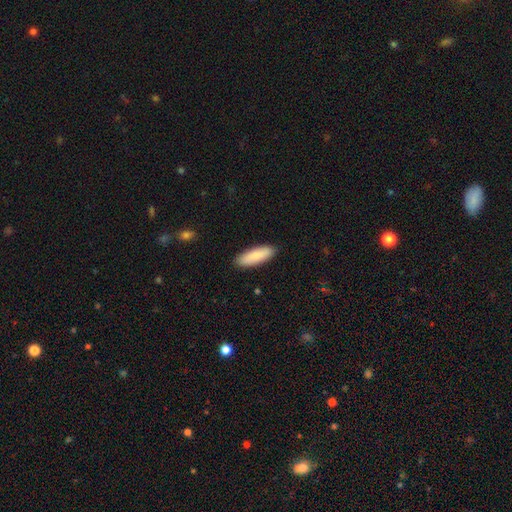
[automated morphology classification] type=smooth (87%); roundness=in between (54%); merging=none (90%).